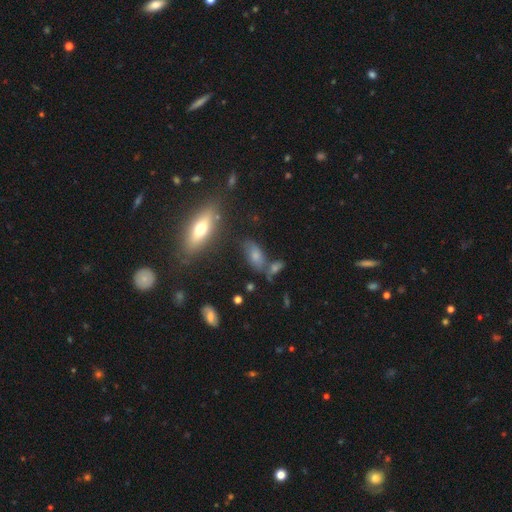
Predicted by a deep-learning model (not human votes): Q: Smooth or featured?
A: smooth (51%); runner-up: featured or disk (28%)
Q: How rounded?
A: in between (70%); runner-up: cigar-shaped (19%)
Q: Merging?
A: none (61%); runner-up: minor disturbance (18%)